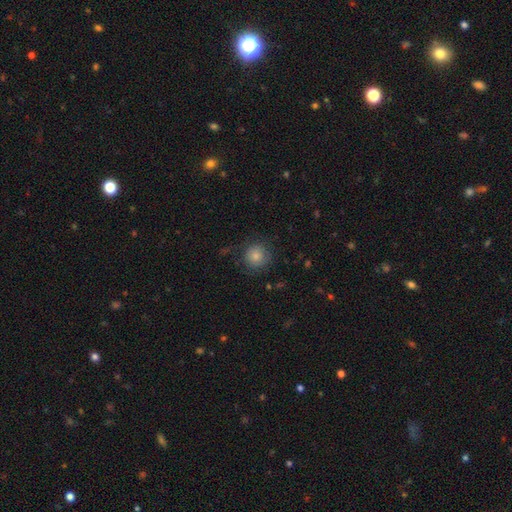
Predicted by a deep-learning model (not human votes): This appears to be a smooth galaxy with no disk features (80%) that is round (93%). Merging: none (77%).